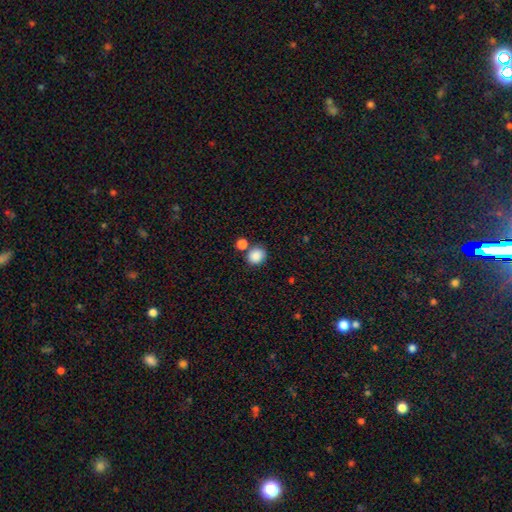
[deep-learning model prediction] Morphology: type=smooth (87%); roundness=round (70%); merging=none (68%).